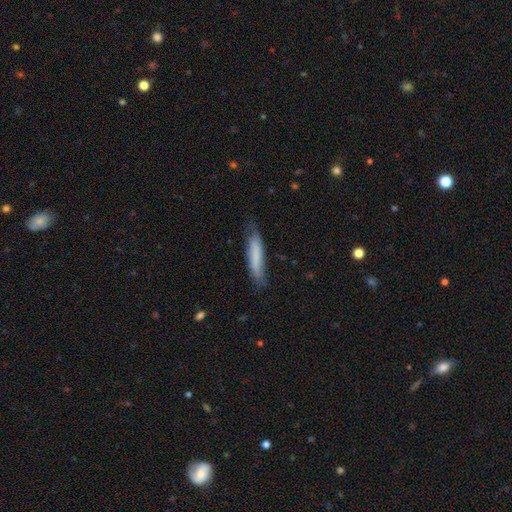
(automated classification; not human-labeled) Smooth or featured? smooth (69%)
How rounded? cigar-shaped (86%)
Merging? none (68%)